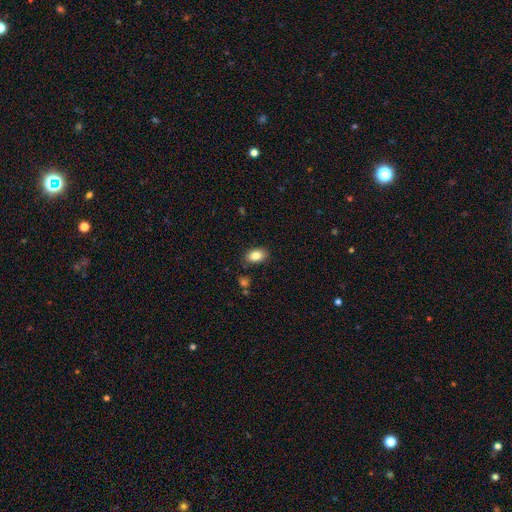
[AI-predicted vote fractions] smooth 85%, star or artifact 8%, featured or disk 7%. Down the decision tree: how rounded — in between (87%); merging — none (84%).